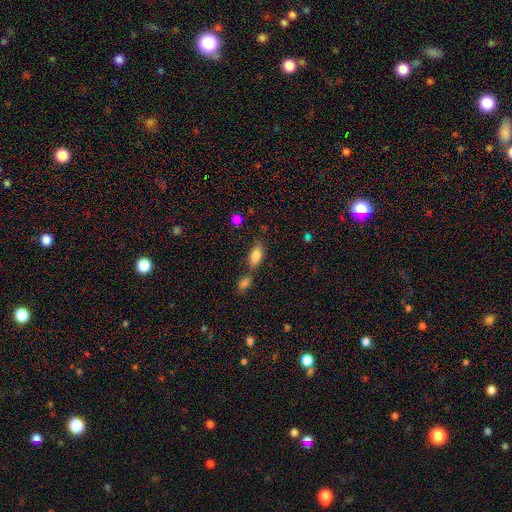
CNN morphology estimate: A smooth galaxy with no disk features (81%) that is in between round and cigar-shaped (86%).

Vote fractions:
- Smooth or featured? smooth: 81% / featured or disk: 12% / star or artifact: 8%
- How rounded? in between: 86% / cigar-shaped: 10% / round: 4%
- Merging? none: 60% / merger: 21% / minor disturbance: 15% / major disturbance: 4%